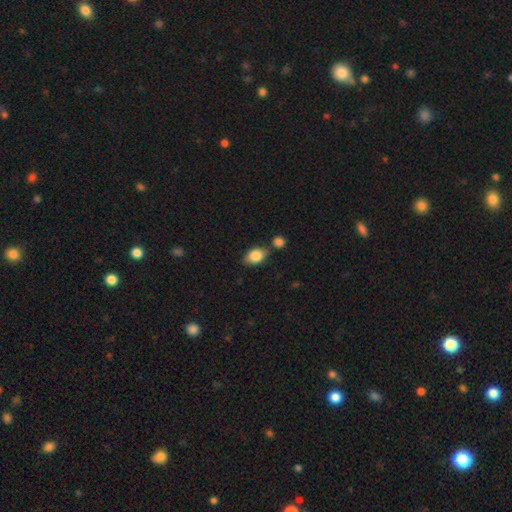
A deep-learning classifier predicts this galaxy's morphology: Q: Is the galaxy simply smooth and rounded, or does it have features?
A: smooth — 85%.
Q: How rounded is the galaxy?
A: in between — 86%.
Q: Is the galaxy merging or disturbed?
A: none — 67%.